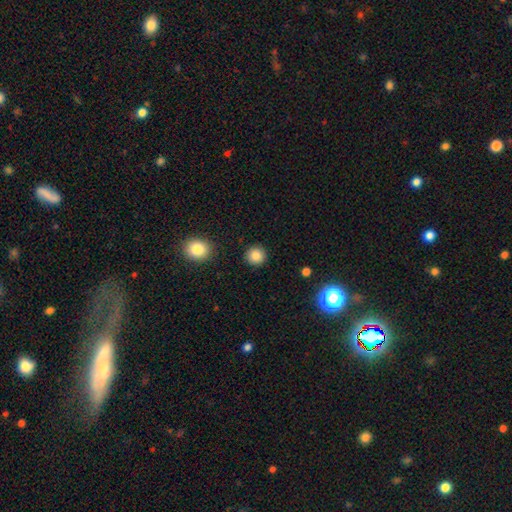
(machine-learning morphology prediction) smooth 85%, star or artifact 10%, featured or disk 4%. Down the decision tree: how rounded — round (94%); merging — none (91%).